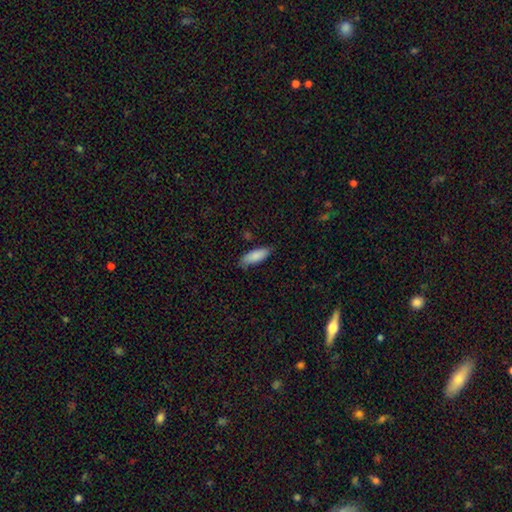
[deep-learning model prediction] A smooth galaxy with no disk features (86%) that is in between round and cigar-shaped (69%).

Vote fractions:
- Smooth or featured? smooth: 86% / featured or disk: 8% / star or artifact: 6%
- How rounded? in between: 69% / cigar-shaped: 29% / round: 2%
- Merging? none: 79% / minor disturbance: 17% / major disturbance: 3% / merger: 2%